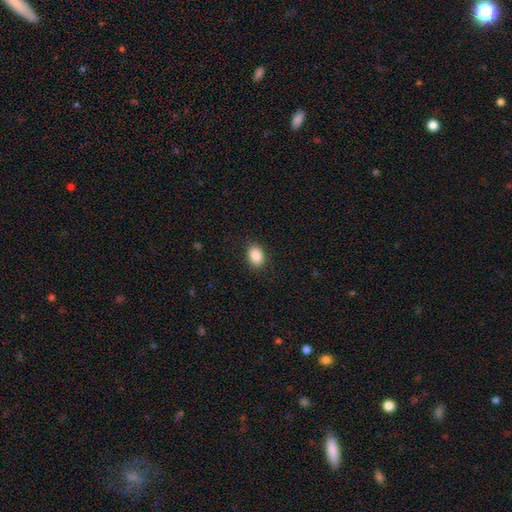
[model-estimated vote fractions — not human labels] A smooth galaxy with no disk features (88%) that is in between round and cigar-shaped (75%).

Vote fractions:
- Smooth or featured? smooth: 88% / star or artifact: 8% / featured or disk: 4%
- How rounded? in between: 75% / round: 24% / cigar-shaped: 1%
- Merging? none: 88% / minor disturbance: 9% / major disturbance: 2% / merger: 1%